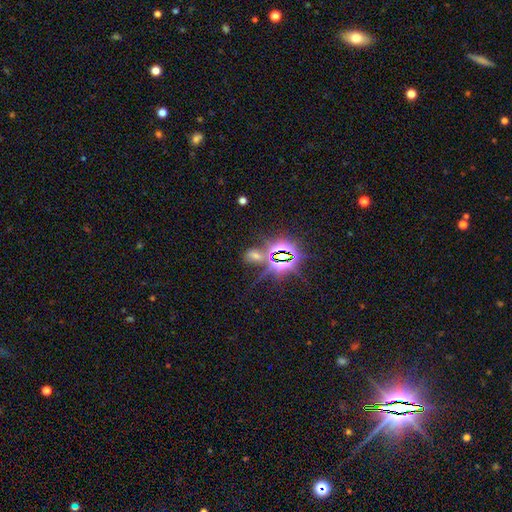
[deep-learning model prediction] smooth-or-featured: star or artifact: 61% | smooth: 27% | featured or disk: 12%